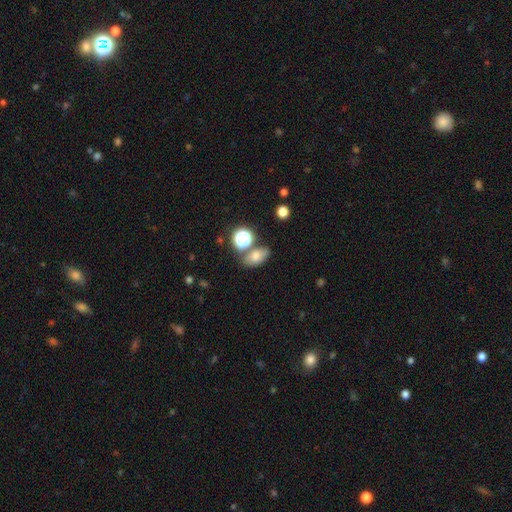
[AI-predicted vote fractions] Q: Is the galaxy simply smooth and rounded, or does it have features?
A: smooth — 66%.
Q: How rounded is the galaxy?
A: in between — 76%.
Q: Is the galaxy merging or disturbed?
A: none — 65%.